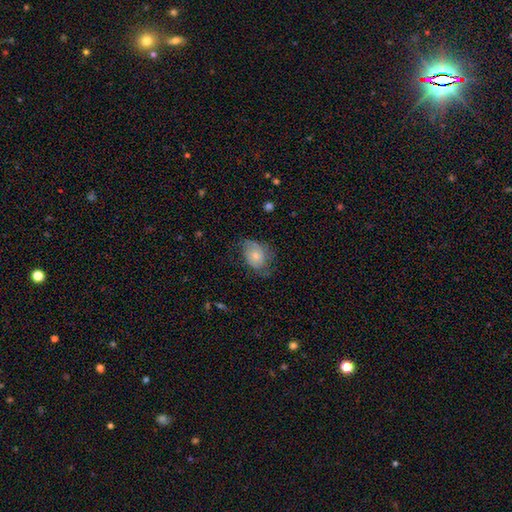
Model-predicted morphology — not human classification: smooth 54%, featured or disk 39%, star or artifact 8%. Down the decision tree: how rounded — in between (68%); merging — none (49%).